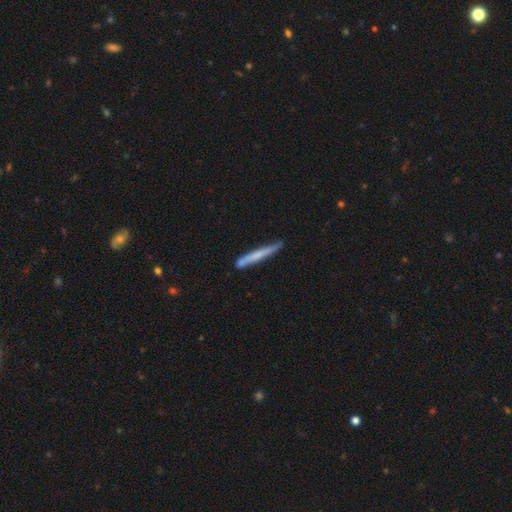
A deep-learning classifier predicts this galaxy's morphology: Overall: smooth (54%; featured or disk 40%). How rounded: cigar-shaped (97%). Merging: none (79%).